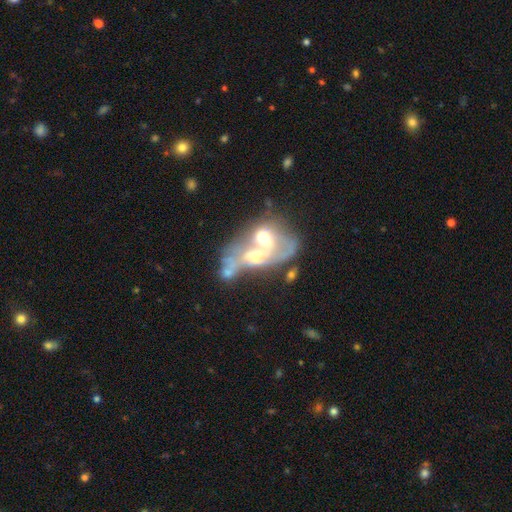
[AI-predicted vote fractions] smooth_or_featured: featured or disk (p=0.63) [alt: smooth p=0.25]
disk_edge_on: no (p=0.96) [alt: yes p=0.04]
bar: no (p=0.76) [alt: weak p=0.18]
has_spiral_arms: no (p=0.71) [alt: yes p=0.29]
bulge_size: moderate (p=0.54) [alt: large p=0.18]
merging: merger (p=0.59) [alt: major disturbance p=0.20]